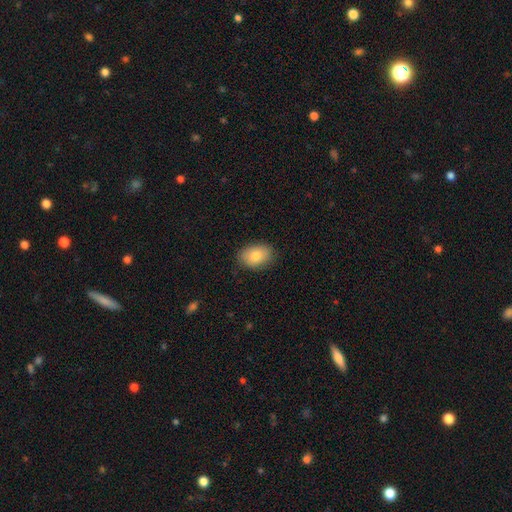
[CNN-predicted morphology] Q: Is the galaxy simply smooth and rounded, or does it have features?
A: smooth — 80%.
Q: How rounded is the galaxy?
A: in between — 78%.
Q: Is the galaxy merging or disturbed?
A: none — 86%.